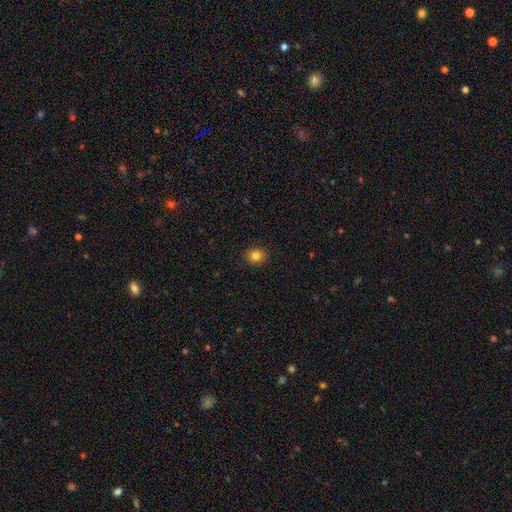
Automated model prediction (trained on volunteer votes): Overall: smooth (82%). How rounded: round (61%; in between 38%). Merging: none (90%).